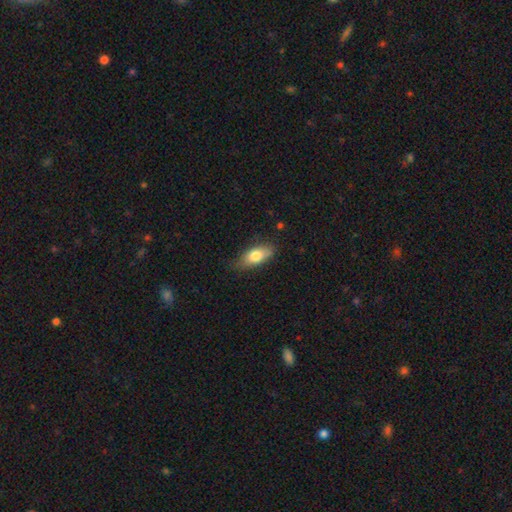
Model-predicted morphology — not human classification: Smooth or featured: smooth — 75% (featured or disk — 18%)
How rounded: in between — 82% (cigar-shaped — 13%)
Merging: none — 72% (minor disturbance — 22%)